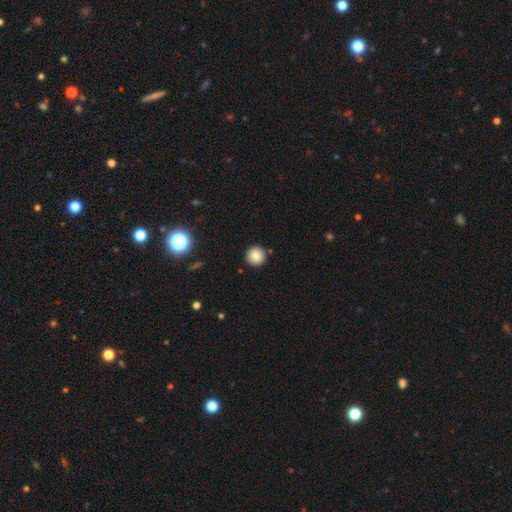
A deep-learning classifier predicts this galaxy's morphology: A smooth galaxy with no disk features (84%) that is round (95%).

Vote fractions:
- Smooth or featured? smooth: 84% / star or artifact: 11% / featured or disk: 6%
- How rounded? round: 95% / in between: 4% / cigar-shaped: 1%
- Merging? none: 91% / minor disturbance: 6% / major disturbance: 2% / merger: 2%